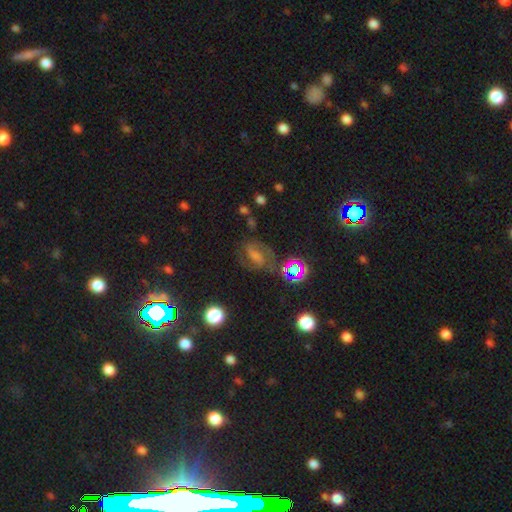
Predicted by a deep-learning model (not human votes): Smooth or featured? featured or disk (52%)
Edge-on disk? no (94%)
Merging? none (64%)